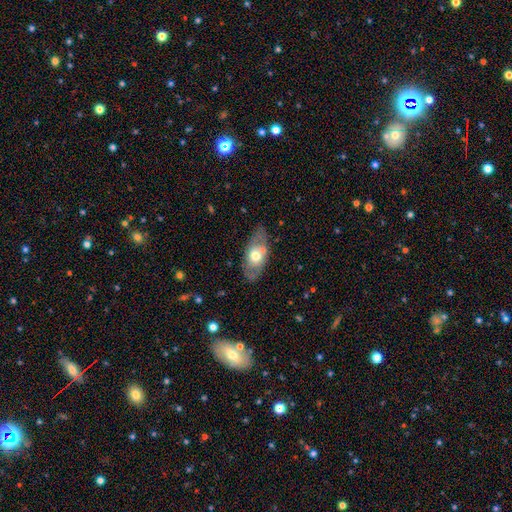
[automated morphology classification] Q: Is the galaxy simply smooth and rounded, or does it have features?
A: smooth — 49%.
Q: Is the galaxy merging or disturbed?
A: none — 70%.